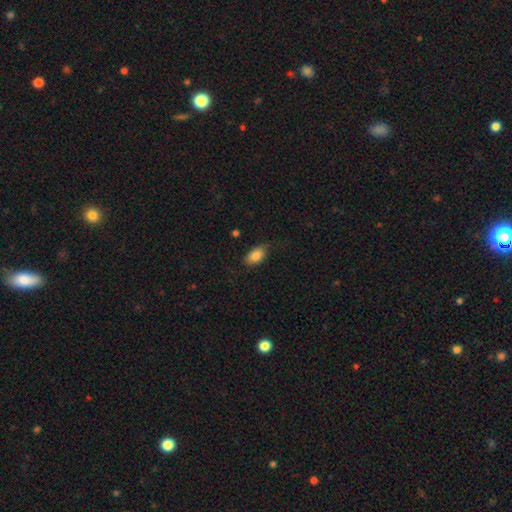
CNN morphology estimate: This is clearly a smooth galaxy (84%). How rounded: clearly in between (91%). Merging: likely none (76%).